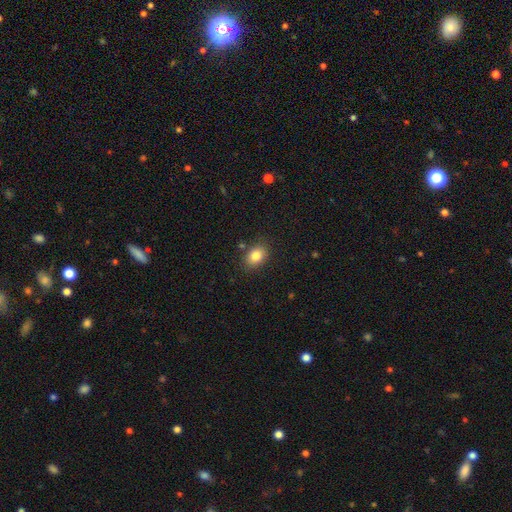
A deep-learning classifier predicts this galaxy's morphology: The model was most divided on "how rounded": in between: 68%, round: 31%, cigar-shaped: 1%. More confident: merging — none (84%); smooth or featured — smooth (83%).